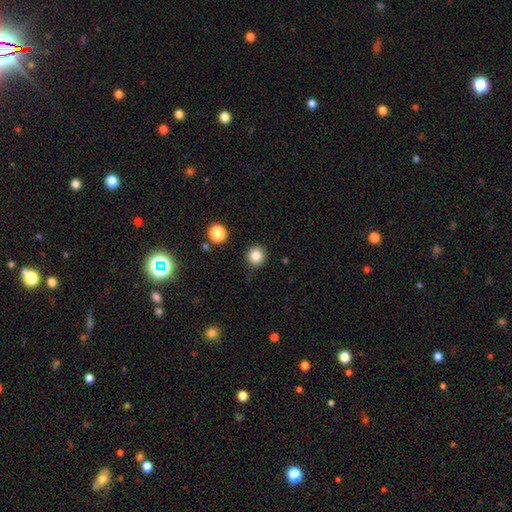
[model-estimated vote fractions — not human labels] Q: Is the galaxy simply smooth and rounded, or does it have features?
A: smooth — 85%.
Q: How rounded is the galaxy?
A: round — 91%.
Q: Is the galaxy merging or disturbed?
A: none — 86%.